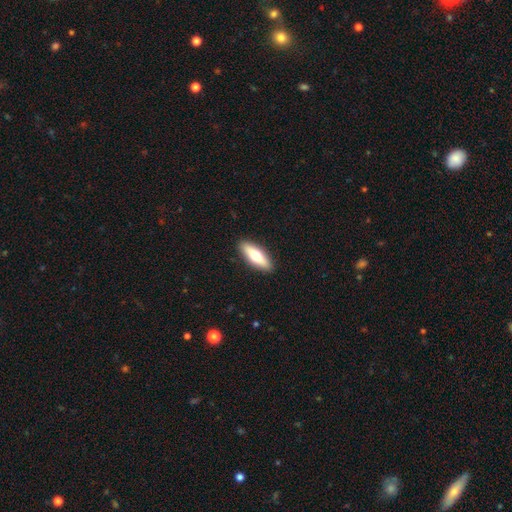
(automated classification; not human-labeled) The model was most divided on "how rounded": in between: 56%, cigar-shaped: 42%, round: 2%. More confident: merging — none (90%); smooth or featured — smooth (64%).